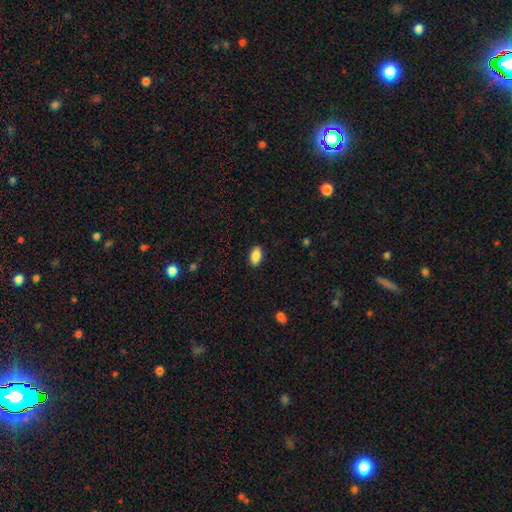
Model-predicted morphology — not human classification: Q: Smooth or featured?
A: smooth (88%); runner-up: star or artifact (7%)
Q: How rounded?
A: in between (93%); runner-up: round (4%)
Q: Merging?
A: none (89%); runner-up: minor disturbance (8%)